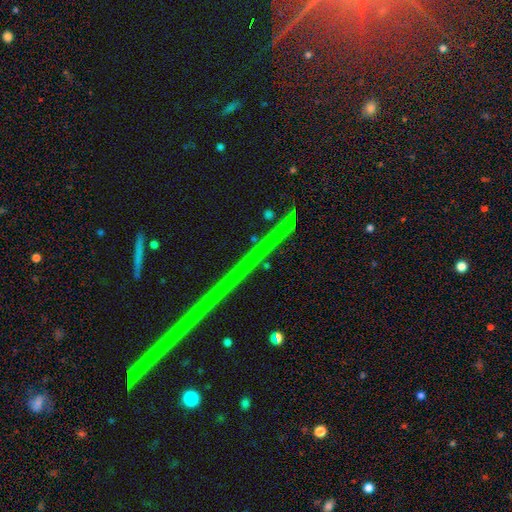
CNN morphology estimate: This appears to be a star or artifact, not a galaxy (80%).